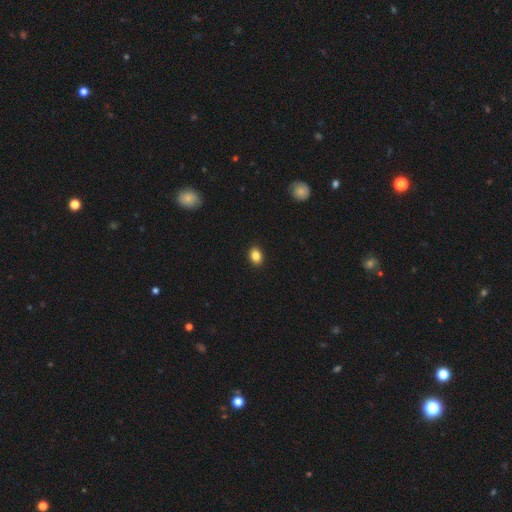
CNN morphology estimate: smooth 86%, star or artifact 9%, featured or disk 4%. Down the decision tree: how rounded — in between (68%); merging — none (91%).